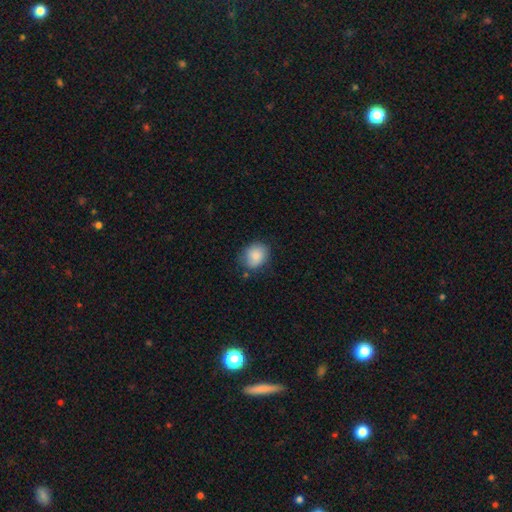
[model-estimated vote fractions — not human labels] Smooth or featured: smooth — 83% (featured or disk — 9%)
How rounded: round — 67% (in between — 32%)
Merging: none — 74% (minor disturbance — 20%)